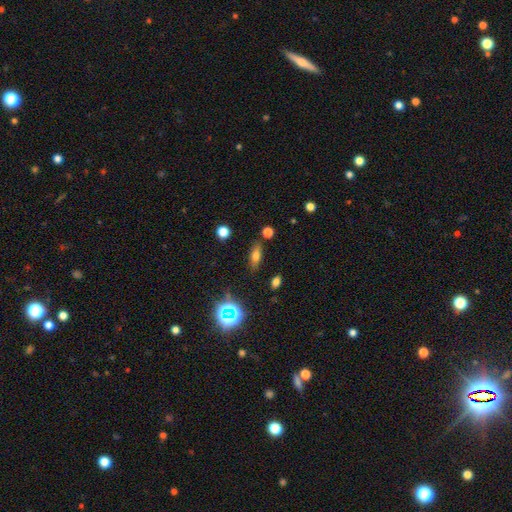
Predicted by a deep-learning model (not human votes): Smooth or featured? Predicted: smooth (p=0.61). How rounded? Predicted: in between (p=0.63). Merging? Predicted: none (p=0.81).